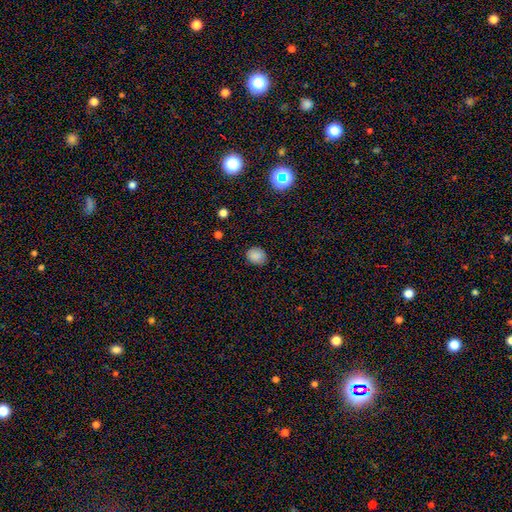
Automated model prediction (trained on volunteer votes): This is clearly a smooth galaxy (84%). How rounded: likely round (64%). Merging: clearly none (83%).